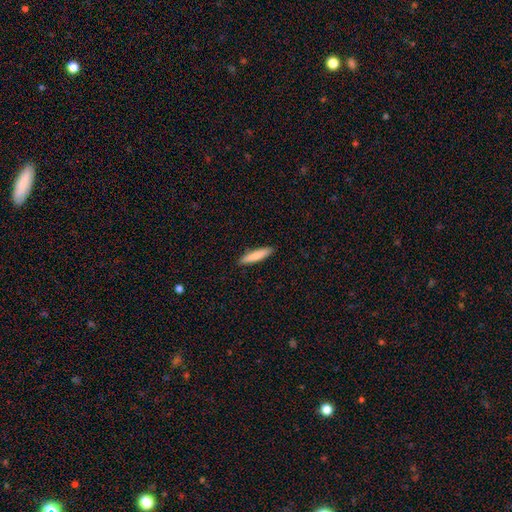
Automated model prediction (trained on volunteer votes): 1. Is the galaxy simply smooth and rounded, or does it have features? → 84% smooth, 11% featured or disk, 5% star or artifact.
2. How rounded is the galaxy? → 84% cigar-shaped, 14% in between, 1% round.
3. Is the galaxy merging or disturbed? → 91% none, 7% minor disturbance, 1% major disturbance, 1% merger.